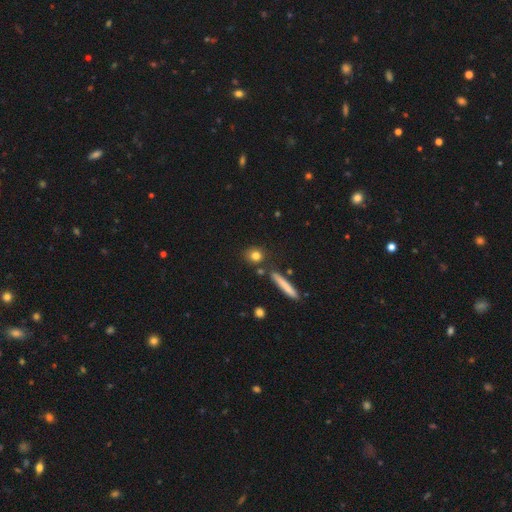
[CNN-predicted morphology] smooth-or-featured: smooth: 80% | featured or disk: 11% | star or artifact: 10%
  how-rounded: round: 68% | in between: 22% | cigar-shaped: 10%
  merging: none: 80% | minor disturbance: 9% | merger: 8% | major disturbance: 3%